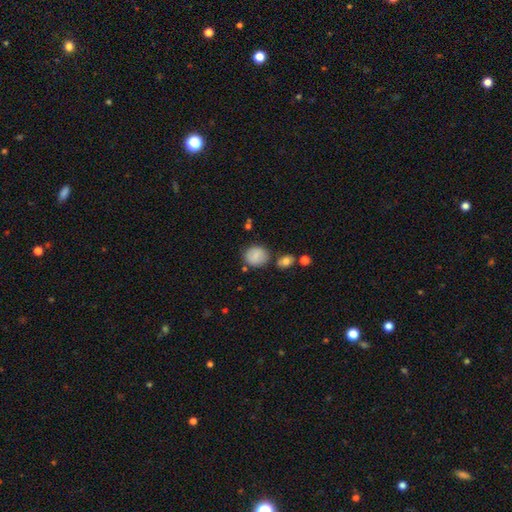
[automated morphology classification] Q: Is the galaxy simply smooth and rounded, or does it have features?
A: smooth — 81%.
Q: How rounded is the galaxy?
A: round — 73%.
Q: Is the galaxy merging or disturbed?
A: none — 75%.